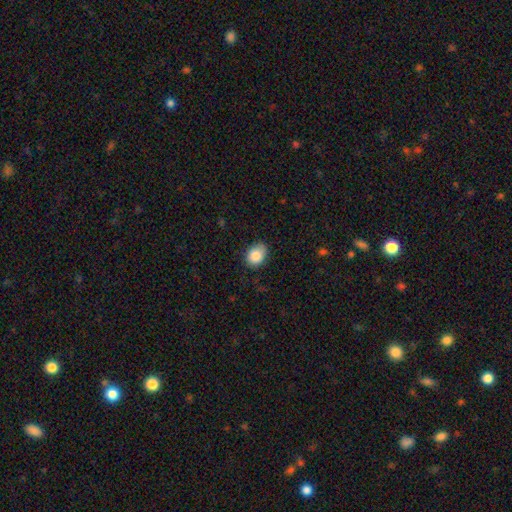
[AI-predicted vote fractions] Smooth or featured: smooth — 85% (star or artifact — 8%)
How rounded: in between — 58% (round — 41%)
Merging: none — 79% (minor disturbance — 17%)